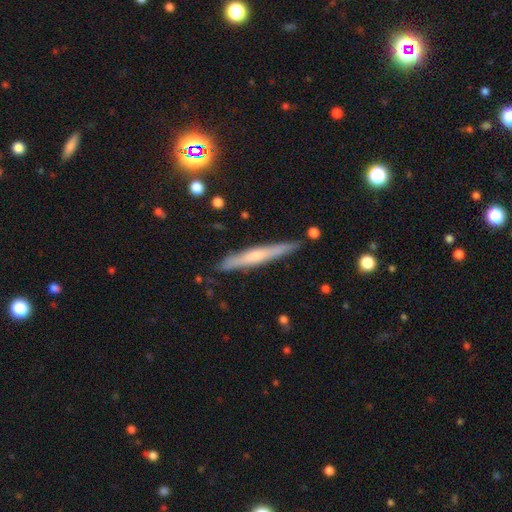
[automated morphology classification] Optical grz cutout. It shows a featured or disk galaxy (51%) viewed edge-on (94%). Merging: none (86%).